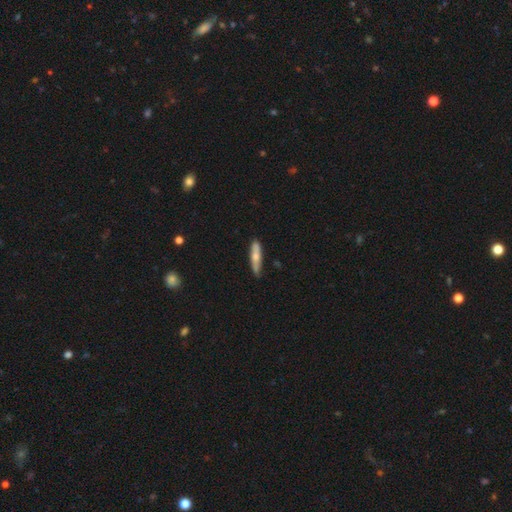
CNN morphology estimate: This appears to be a smooth galaxy with no disk features (62%) that is cigar-shaped (82%). Merging: none (81%).